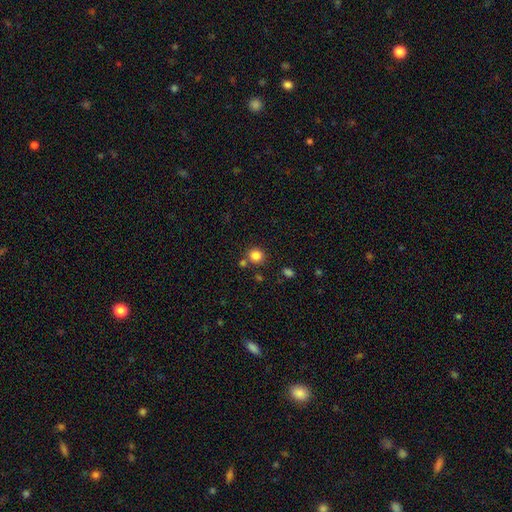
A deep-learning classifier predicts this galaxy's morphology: This is clearly a smooth galaxy (84%). How rounded: clearly round (89%). Merging: likely none (78%).